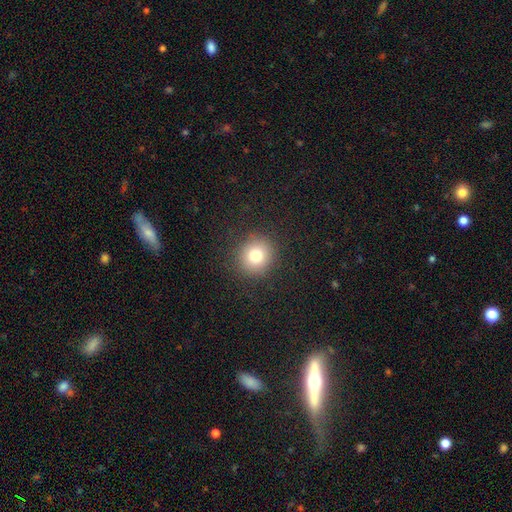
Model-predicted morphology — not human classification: smooth_or_featured: smooth (p=0.78) [alt: star or artifact p=0.13]
how_rounded: round (p=0.90) [alt: in between p=0.10]
merging: none (p=0.89) [alt: minor disturbance p=0.07]